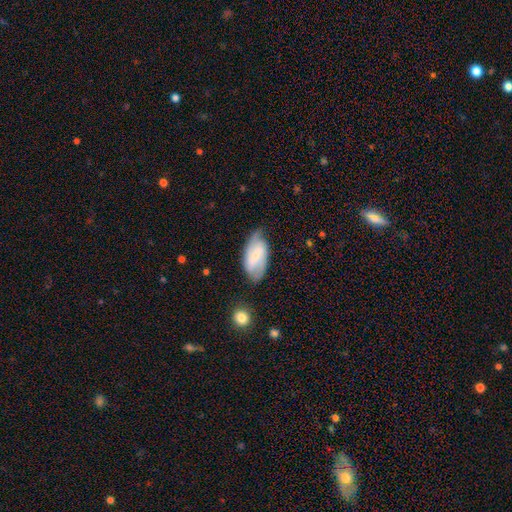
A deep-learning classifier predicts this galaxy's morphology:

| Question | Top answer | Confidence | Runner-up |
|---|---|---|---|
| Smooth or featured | featured or disk | 60% | smooth (33%) |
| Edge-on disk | no | 94% | yes (6%) |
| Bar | weak | 42% | no (38%) |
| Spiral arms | yes | 89% | no (11%) |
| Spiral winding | medium | 44% | tight (33%) |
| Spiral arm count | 2 | 75% | can't tell (15%) |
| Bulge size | small | 66% | moderate (21%) |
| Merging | none | 65% | minor disturbance (25%) |